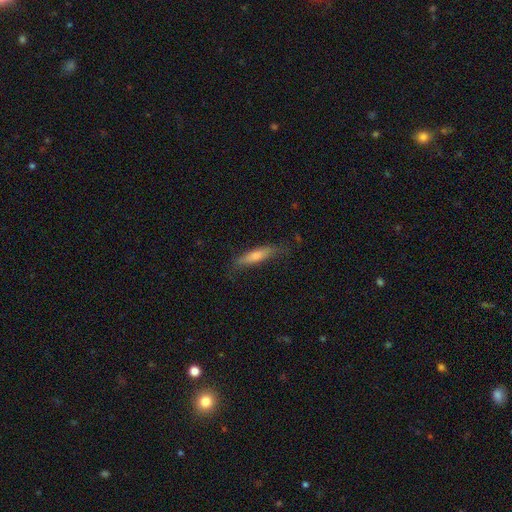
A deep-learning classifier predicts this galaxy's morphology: Q: Smooth or featured?
A: smooth (59%); runner-up: featured or disk (34%)
Q: How rounded?
A: cigar-shaped (85%); runner-up: in between (13%)
Q: Merging?
A: none (75%); runner-up: minor disturbance (19%)